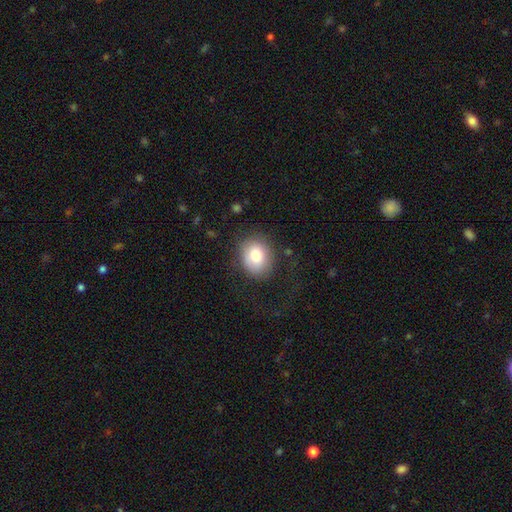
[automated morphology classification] type=smooth (80%); roundness=round (59%); merging=none (76%).